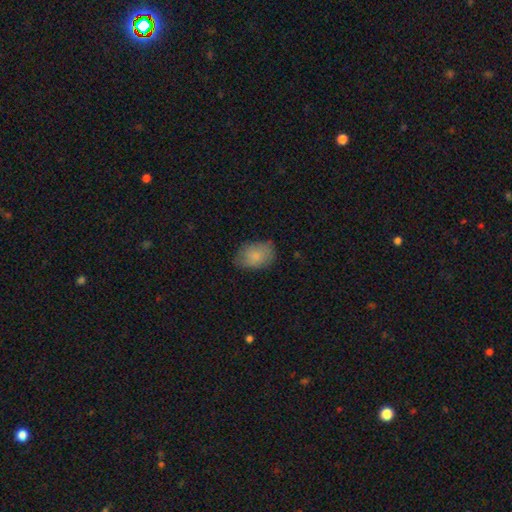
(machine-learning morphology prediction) A smooth galaxy with no disk features (81%) that is in between round and cigar-shaped (87%). Merging: none (73%).